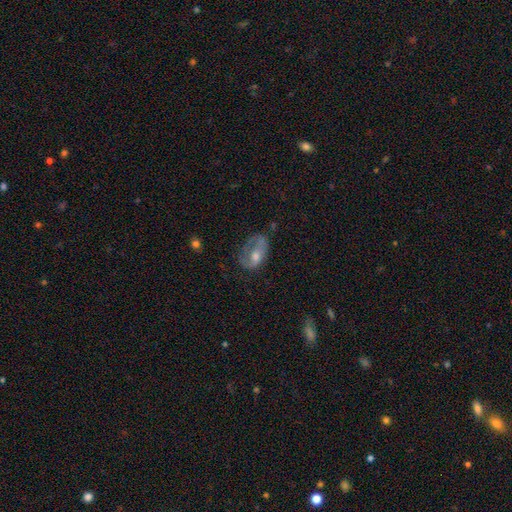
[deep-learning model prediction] A featured or disk galaxy (54%) with no bar (70%), no spiral arms (52%) and a moderate central bulge (60%).

Vote fractions:
- Smooth or featured? featured or disk: 54% / smooth: 37% / star or artifact: 9%
- Edge-on disk? no: 94% / yes: 6%
- Bar? no: 70% / weak: 24% / strong: 6%
- Spiral arms? no: 52% / yes: 48%
- Bulge size? moderate: 60% / small: 25% / large: 9% / none: 5% / dominant: 1%
- Merging? none: 40% / major disturbance: 31% / minor disturbance: 27% / merger: 3%